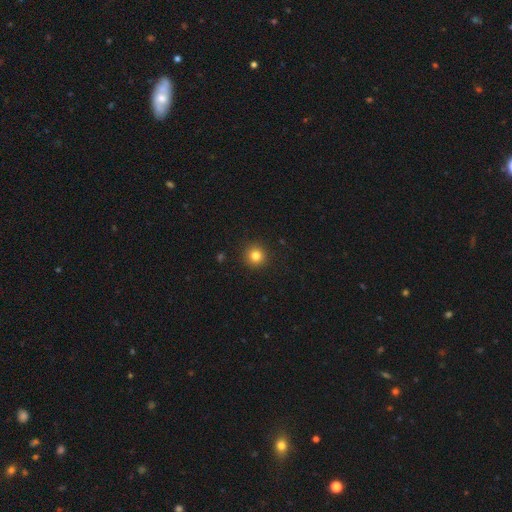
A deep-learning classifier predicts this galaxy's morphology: Q: Smooth or featured?
A: smooth (82%); runner-up: star or artifact (12%)
Q: How rounded?
A: round (95%); runner-up: in between (4%)
Q: Merging?
A: none (92%); runner-up: minor disturbance (5%)